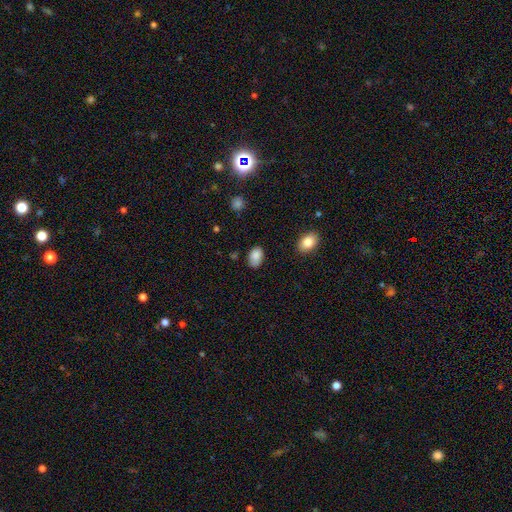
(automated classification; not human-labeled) Morphology: type=smooth (86%); roundness=in between (89%); merging=none (75%).